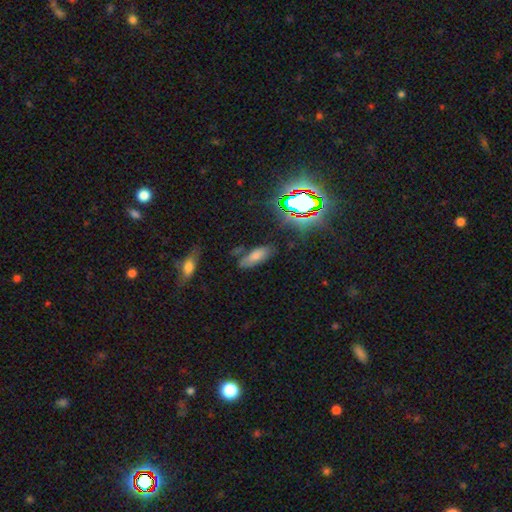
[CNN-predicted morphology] Overall: smooth (56%; star or artifact 29%). How rounded: in between (72%). Merging: none (73%).